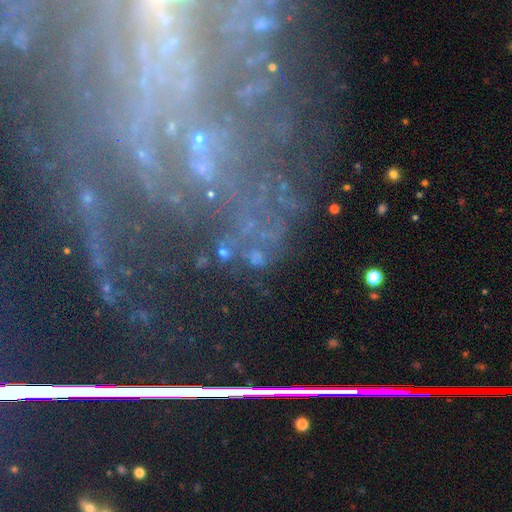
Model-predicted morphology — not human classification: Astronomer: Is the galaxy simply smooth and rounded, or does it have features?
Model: star or artifact — 40%, tied with featured or disk at 40%.